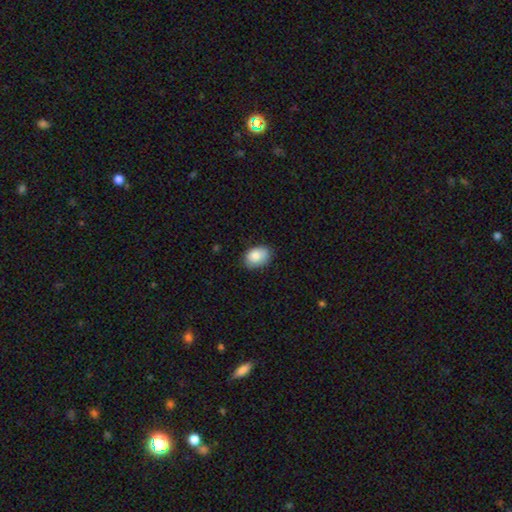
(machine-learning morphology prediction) A smooth galaxy with no disk features (85%) that is in between round and cigar-shaped (81%).

Vote fractions:
- Smooth or featured? smooth: 85% / featured or disk: 8% / star or artifact: 7%
- How rounded? in between: 81% / round: 18% / cigar-shaped: 1%
- Merging? none: 77% / minor disturbance: 19% / major disturbance: 3% / merger: 1%